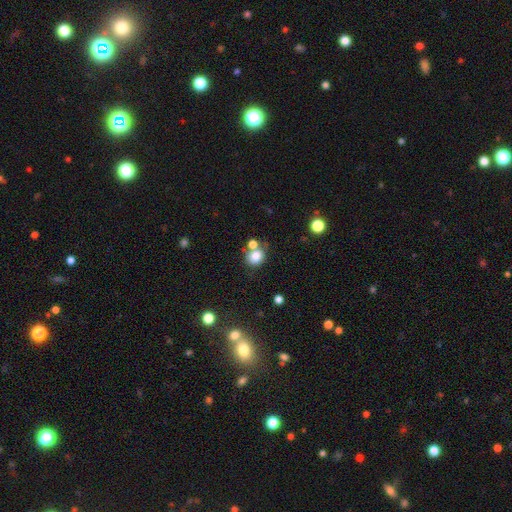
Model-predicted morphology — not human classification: Smooth or featured: smooth — 80% (star or artifact — 12%)
How rounded: round — 71% (in between — 28%)
Merging: none — 57% (merger — 26%)